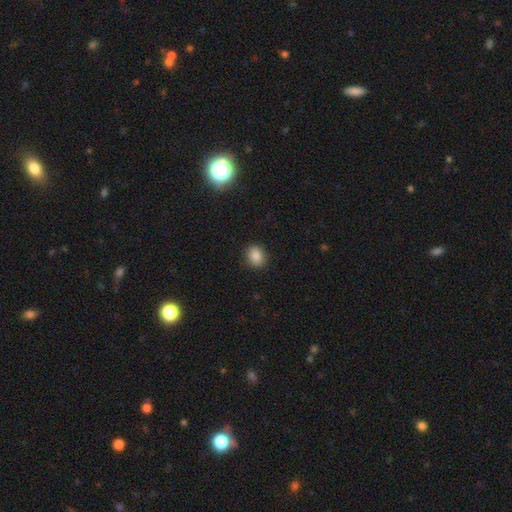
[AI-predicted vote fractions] Smooth or featured: smooth — 86% (star or artifact — 10%)
How rounded: round — 53% (in between — 46%)
Merging: none — 89% (minor disturbance — 8%)